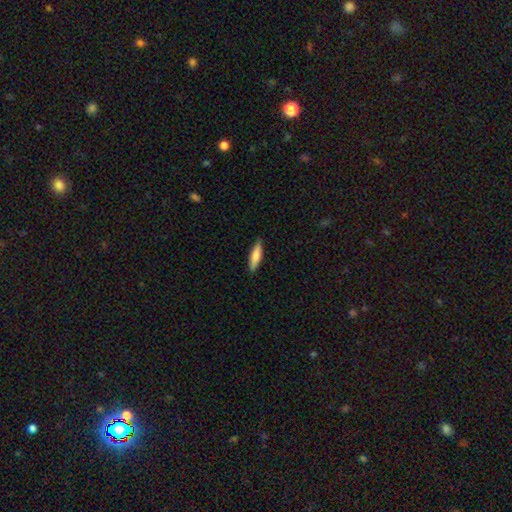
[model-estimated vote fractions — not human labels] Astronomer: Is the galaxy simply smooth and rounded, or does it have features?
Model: smooth — 75%.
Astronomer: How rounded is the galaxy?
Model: cigar-shaped — 73%.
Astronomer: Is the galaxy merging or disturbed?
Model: none — 88%.